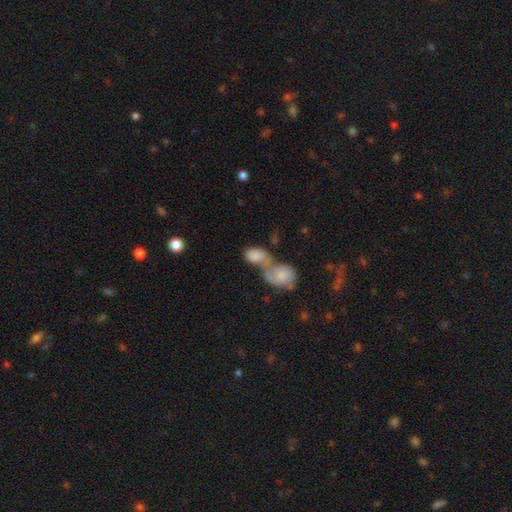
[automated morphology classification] type=smooth (78%); roundness=in between (79%); merging=merger (76%).